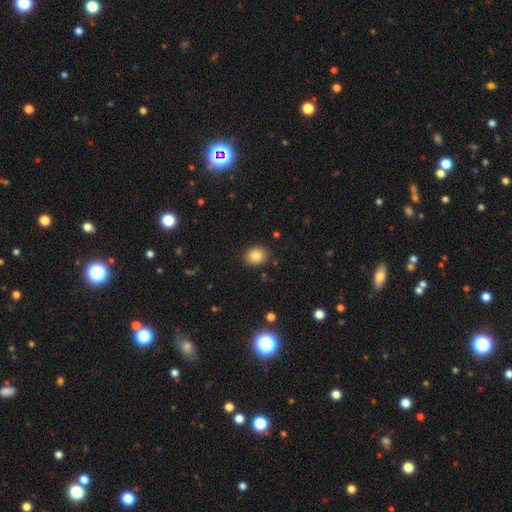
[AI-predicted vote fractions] Morphology: type=smooth (83%); roundness=round (61%); merging=none (89%).